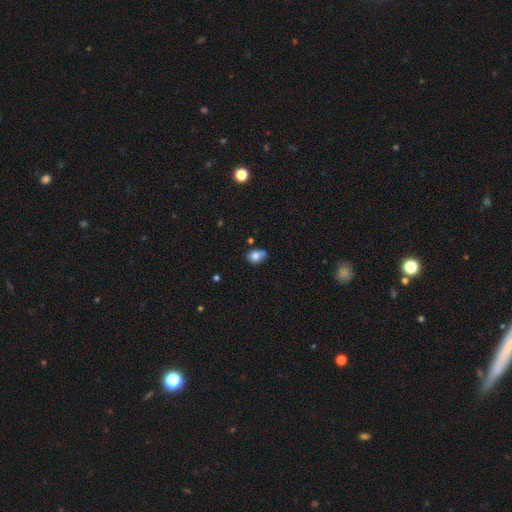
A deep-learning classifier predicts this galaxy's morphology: This appears to be a smooth galaxy with no disk features (77%) that is in between round and cigar-shaped (56%). Merging: none (50%).